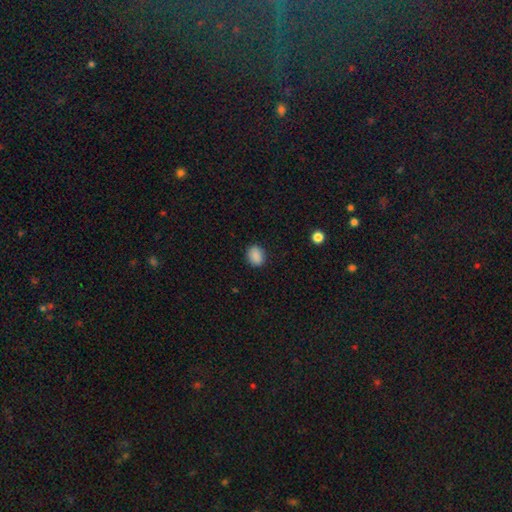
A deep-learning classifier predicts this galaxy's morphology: Overall: smooth (88%). How rounded: in between (54%; round 45%). Merging: none (88%).